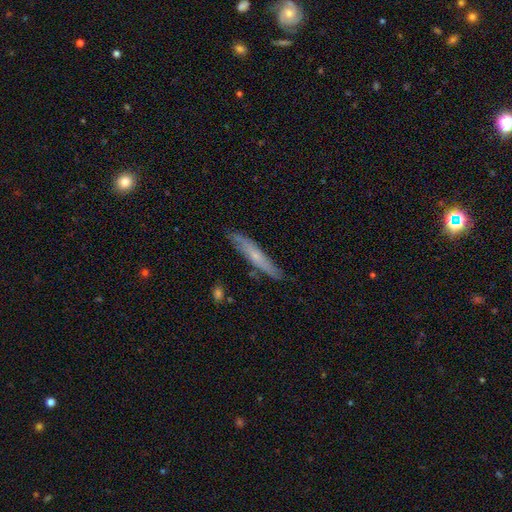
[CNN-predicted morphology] smooth_or_featured: smooth (p=0.47) [tied with: featured or disk p=0.47]
merging: none (p=0.81) [alt: minor disturbance p=0.15]